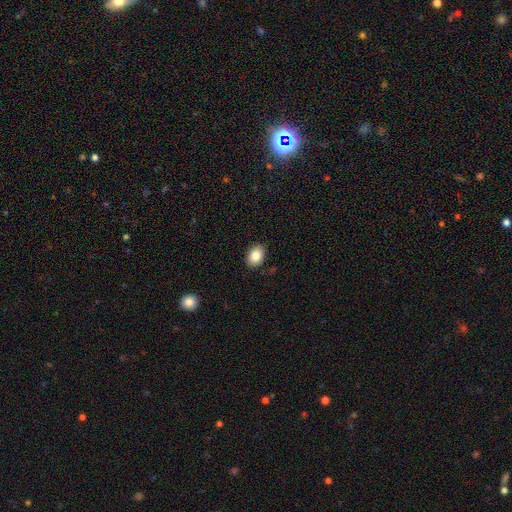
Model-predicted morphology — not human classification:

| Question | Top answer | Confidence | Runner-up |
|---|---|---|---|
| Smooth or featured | smooth | 85% | star or artifact (8%) |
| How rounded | in between | 78% | round (21%) |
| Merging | none | 88% | minor disturbance (9%) |